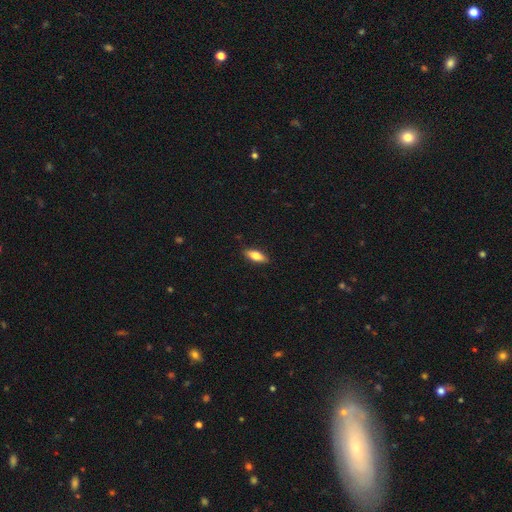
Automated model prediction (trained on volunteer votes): This is likely a smooth galaxy (74%). How rounded: likely in between (64%). Merging: clearly none (89%).